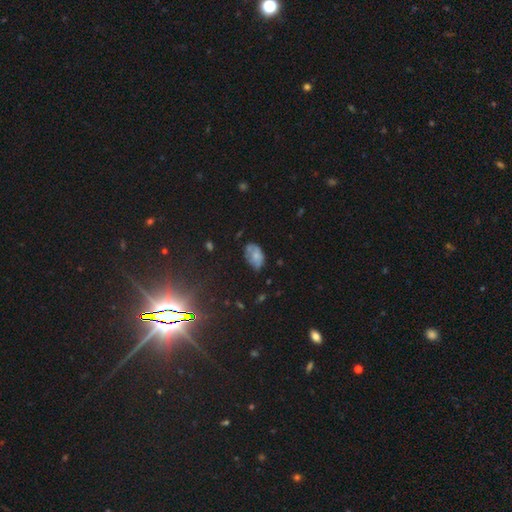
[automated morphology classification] smooth_or_featured: smooth (p=0.60) [alt: featured or disk p=0.28]
how_rounded: in between (p=0.90) [alt: round p=0.08]
merging: none (p=0.49) [alt: minor disturbance p=0.33]